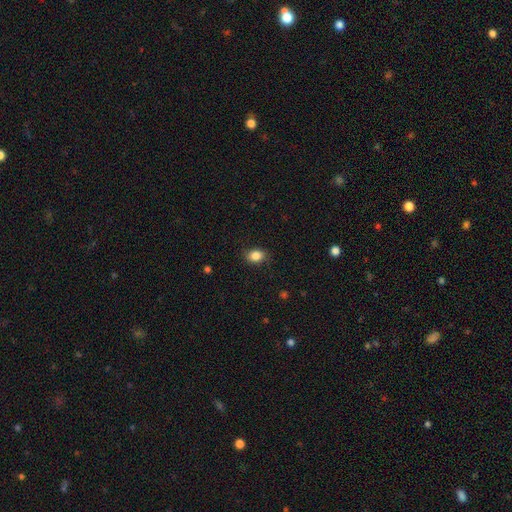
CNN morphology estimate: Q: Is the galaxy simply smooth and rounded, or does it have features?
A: smooth — 85%.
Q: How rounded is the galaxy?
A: in between — 65%.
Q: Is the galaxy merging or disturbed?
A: none — 85%.